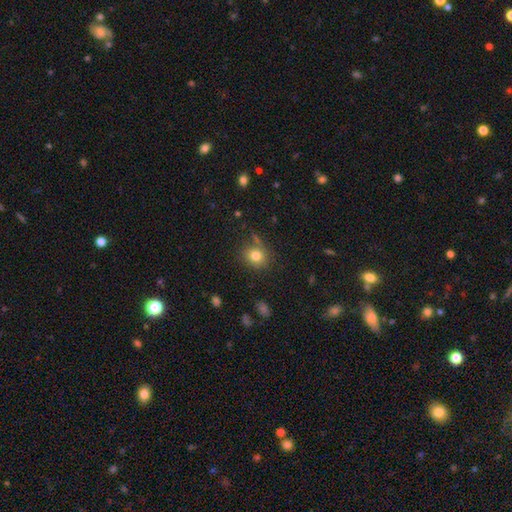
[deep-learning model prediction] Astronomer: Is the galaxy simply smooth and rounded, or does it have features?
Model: smooth — 79%.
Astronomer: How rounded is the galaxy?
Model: round — 80%.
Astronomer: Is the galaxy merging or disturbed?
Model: none — 76%.